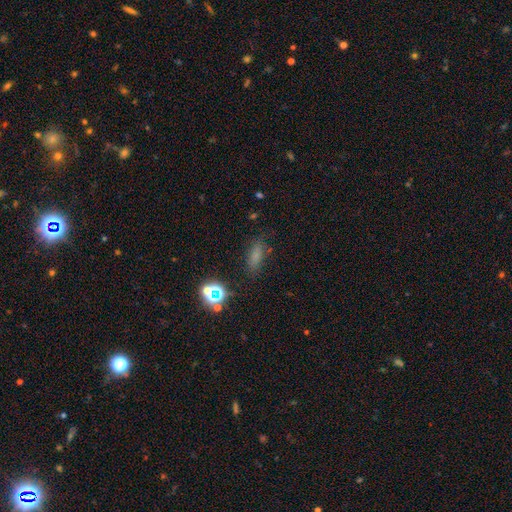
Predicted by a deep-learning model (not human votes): Smooth or featured?
  - smooth: 70% *
  - star or artifact: 20%
  - featured or disk: 10%
How rounded?
  - in between: 62% *
  - cigar-shaped: 31%
  - round: 7%
Merging?
  - none: 76% *
  - minor disturbance: 16%
  - major disturbance: 6%
  - merger: 3%